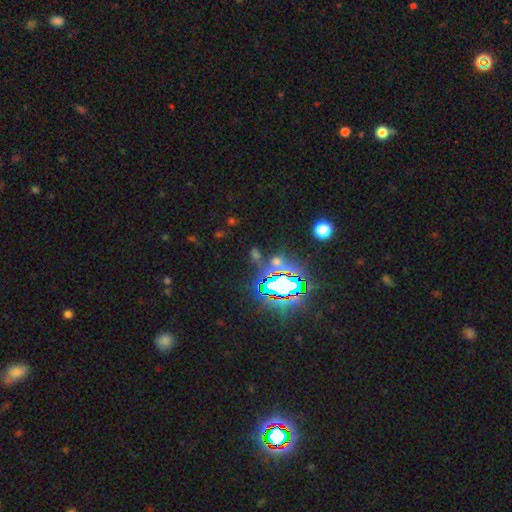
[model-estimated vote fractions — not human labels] Smooth or featured: star or artifact — 68% (smooth — 22%)